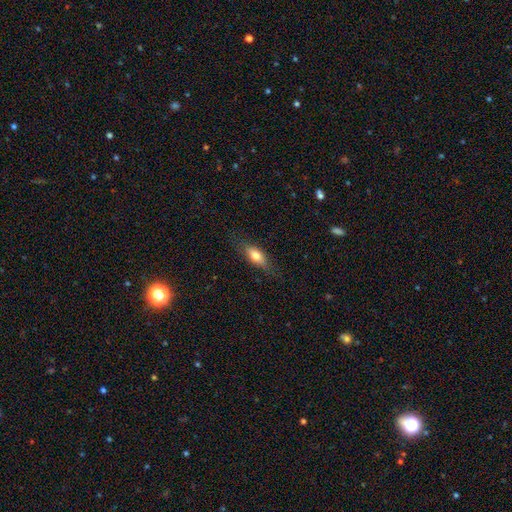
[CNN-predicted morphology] A smooth galaxy with no disk features (70%) that is in between round and cigar-shaped (67%).

Vote fractions:
- Smooth or featured? smooth: 70% / featured or disk: 23% / star or artifact: 7%
- How rounded? in between: 67% / cigar-shaped: 29% / round: 4%
- Merging? none: 80% / minor disturbance: 15% / major disturbance: 4% / merger: 1%